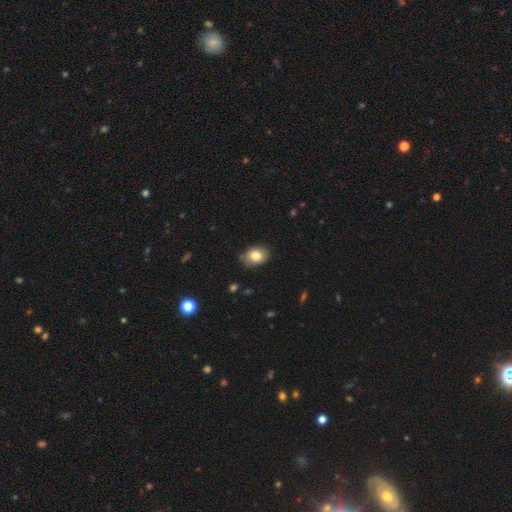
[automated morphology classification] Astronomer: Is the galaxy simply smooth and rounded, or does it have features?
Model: smooth — 82%.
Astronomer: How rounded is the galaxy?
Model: in between — 67%.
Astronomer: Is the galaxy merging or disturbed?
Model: none — 81%.